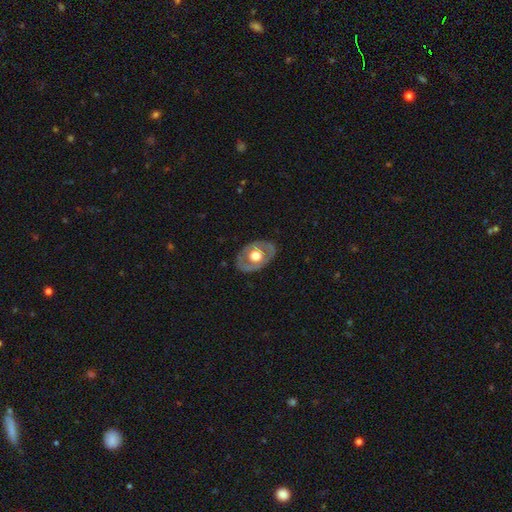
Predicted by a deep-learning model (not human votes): The model was most divided on "bulge size": moderate: 54%, large: 41%, small: 2%, dominant: 2%, none: 1%. More confident: edge-on disk — no (90%); bar — no (89%); spiral arms — no (84%); merging — none (81%); smooth or featured — featured or disk (57%).